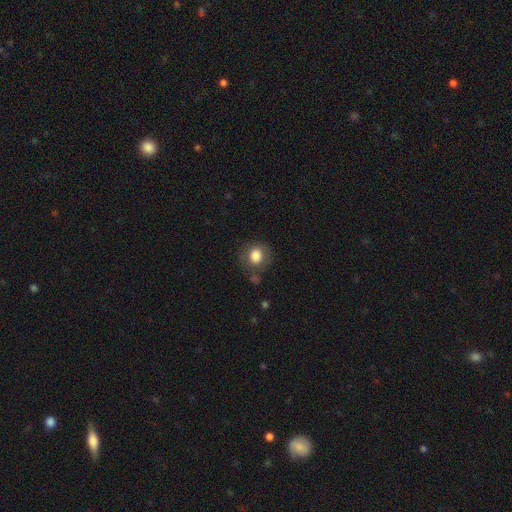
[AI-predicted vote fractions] Q: Smooth or featured?
A: smooth (81%); runner-up: featured or disk (10%)
Q: How rounded?
A: round (76%); runner-up: in between (23%)
Q: Merging?
A: none (75%); runner-up: minor disturbance (15%)